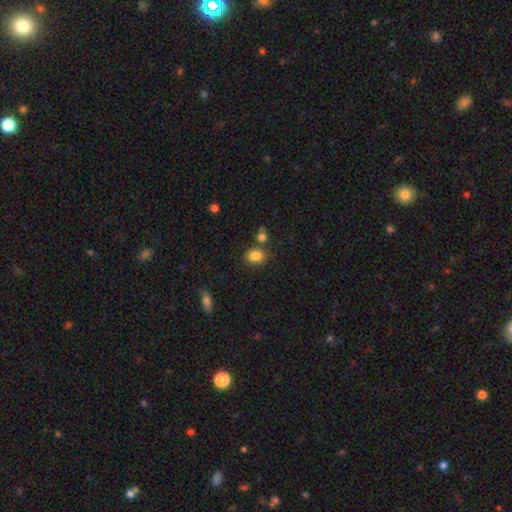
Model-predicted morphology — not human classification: A smooth galaxy with no disk features (82%) that is in between round and cigar-shaped (51%).

Vote fractions:
- Smooth or featured? smooth: 82% / star or artifact: 11% / featured or disk: 7%
- How rounded? in between: 51% / round: 48% / cigar-shaped: 1%
- Merging? none: 61% / merger: 19% / minor disturbance: 15% / major disturbance: 5%